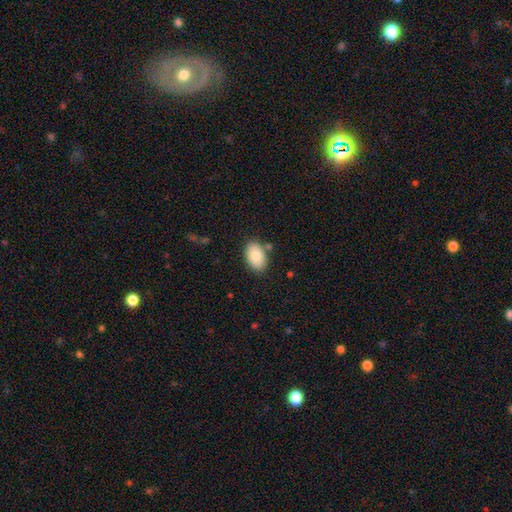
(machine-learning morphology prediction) This is clearly a smooth galaxy (83%). How rounded: clearly in between (91%). Merging: clearly none (81%).